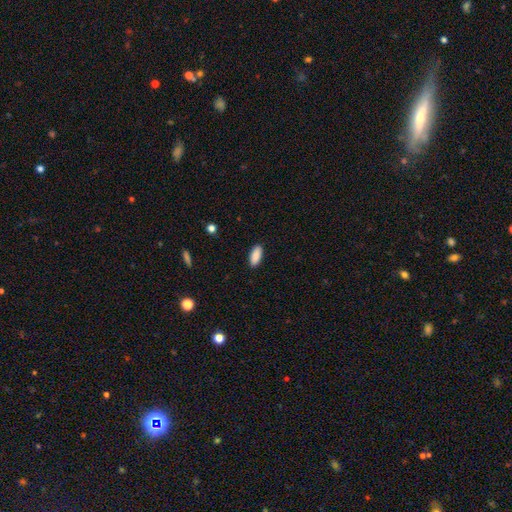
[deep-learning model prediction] This appears to be a smooth galaxy with no disk features (90%) that is in between round and cigar-shaped (83%). Merging: none (90%).